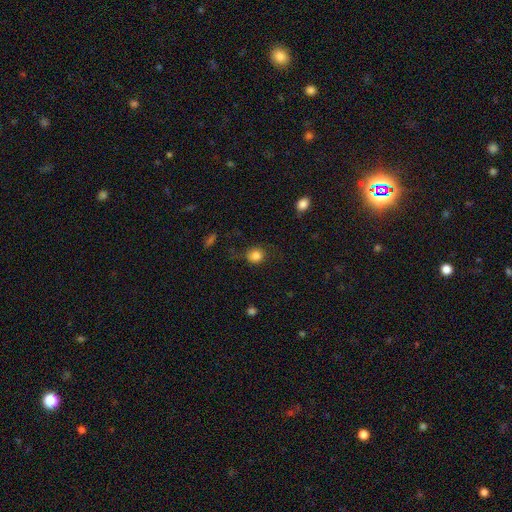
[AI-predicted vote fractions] A smooth galaxy with no disk features (83%) that is round (81%). Merging: none (74%).